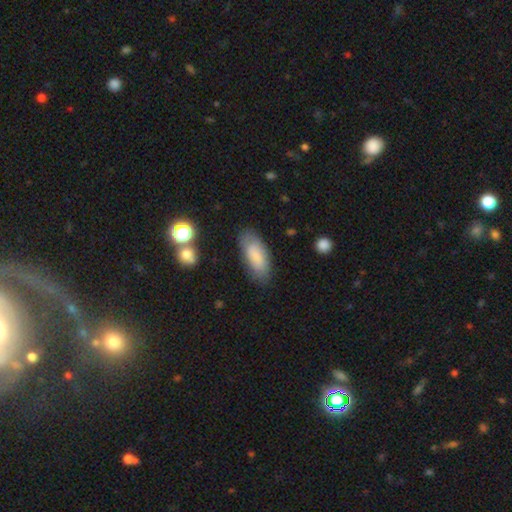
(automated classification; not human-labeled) The model was most divided on "smooth or featured": smooth: 72%, featured or disk: 21%, star or artifact: 7%. More confident: how rounded — in between (83%); merging — none (78%).